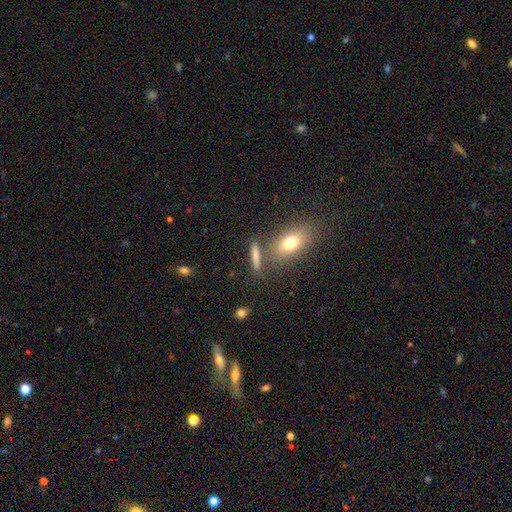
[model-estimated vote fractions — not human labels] This appears to be a smooth galaxy with no disk features (74%) that is cigar-shaped (67%). Merging: none (72%).